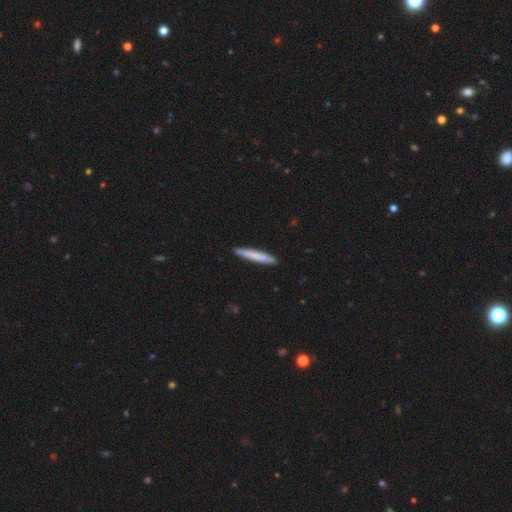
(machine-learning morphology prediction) smooth_or_featured: smooth (p=0.70) [alt: featured or disk p=0.25]
how_rounded: cigar-shaped (p=0.96) [alt: in between p=0.03]
merging: none (p=0.89) [alt: minor disturbance p=0.08]